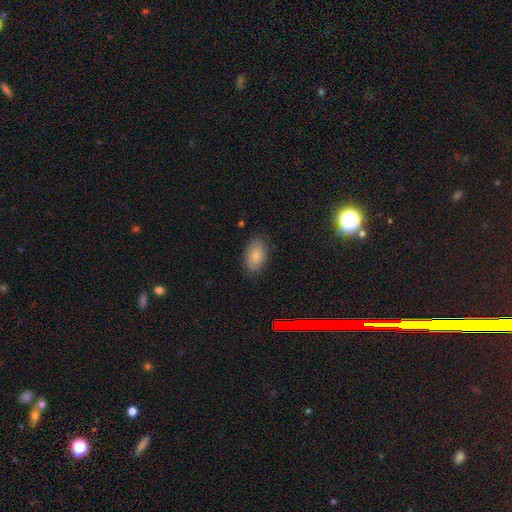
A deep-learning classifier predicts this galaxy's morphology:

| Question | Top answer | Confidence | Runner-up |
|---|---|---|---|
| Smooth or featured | smooth | 80% | featured or disk (12%) |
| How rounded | in between | 92% | round (6%) |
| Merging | none | 81% | minor disturbance (15%) |